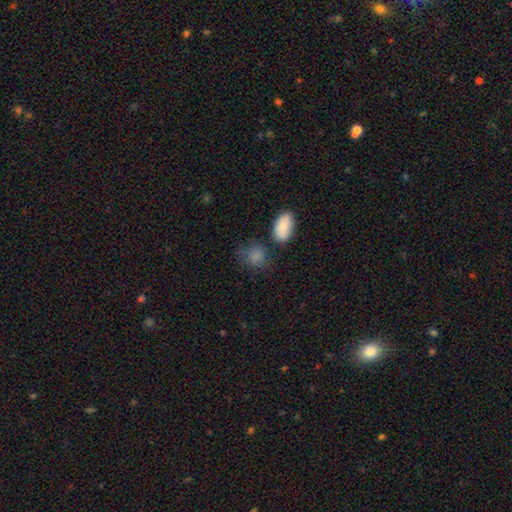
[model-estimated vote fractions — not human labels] Smooth or featured? Predicted: smooth (p=0.83). How rounded? Predicted: round (p=0.59). Merging? Predicted: none (p=0.61).